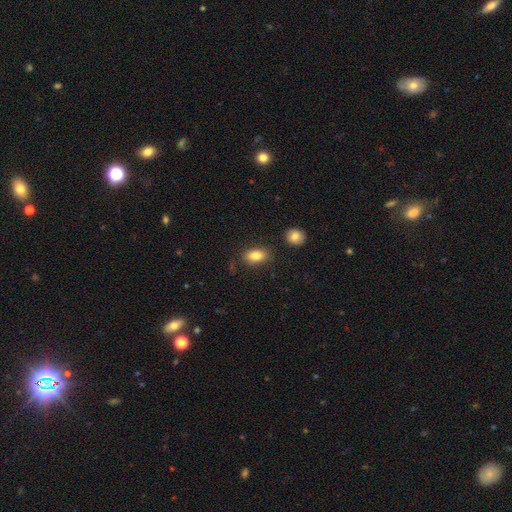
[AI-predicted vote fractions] Smooth or featured? smooth (84%)
How rounded? in between (87%)
Merging? none (81%)